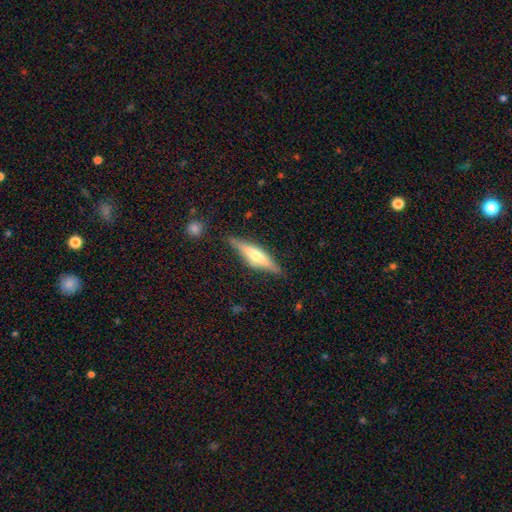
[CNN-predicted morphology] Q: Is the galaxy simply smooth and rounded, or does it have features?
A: featured or disk — 66%.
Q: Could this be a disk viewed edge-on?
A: yes — 95%.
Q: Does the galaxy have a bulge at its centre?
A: rounded — 80%.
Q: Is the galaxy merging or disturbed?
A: none — 85%.